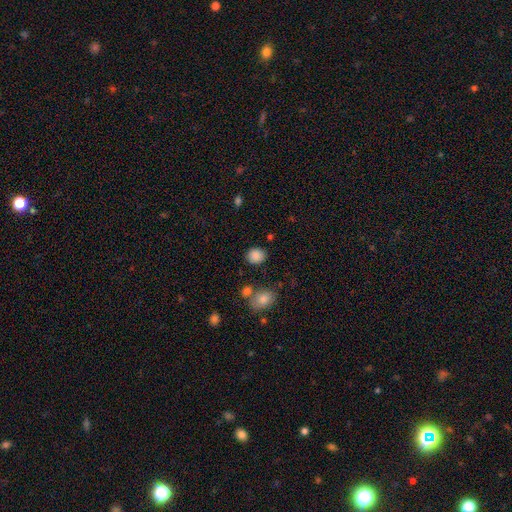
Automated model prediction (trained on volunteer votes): Overall: smooth (87%). How rounded: round (67%; in between 32%). Merging: none (82%).